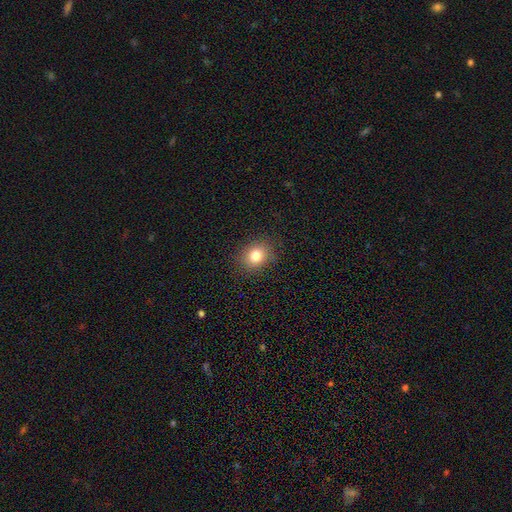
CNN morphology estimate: A smooth galaxy with no disk features (81%) that is round (58%).

Vote fractions:
- Smooth or featured? smooth: 81% / star or artifact: 11% / featured or disk: 8%
- How rounded? round: 58% / in between: 41% / cigar-shaped: 1%
- Merging? none: 86% / minor disturbance: 10% / major disturbance: 3% / merger: 1%